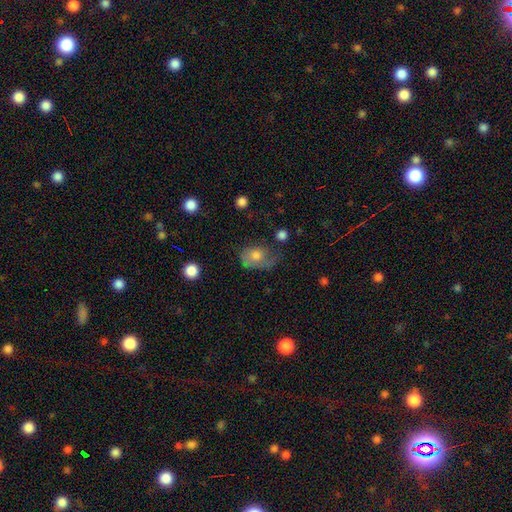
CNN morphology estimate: smooth_or_featured: smooth (p=0.62) [alt: featured or disk p=0.28]
how_rounded: in between (p=0.66) [alt: round p=0.33]
merging: none (p=0.36) [alt: minor disturbance p=0.31]